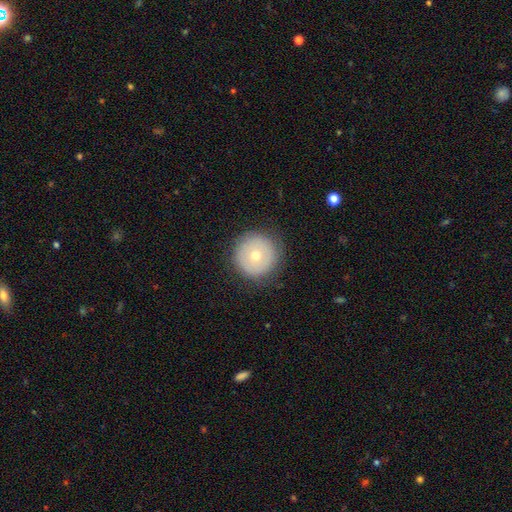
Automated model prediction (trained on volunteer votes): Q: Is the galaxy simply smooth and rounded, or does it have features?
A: smooth — 61%.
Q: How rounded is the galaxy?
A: round — 96%.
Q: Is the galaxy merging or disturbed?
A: none — 85%.